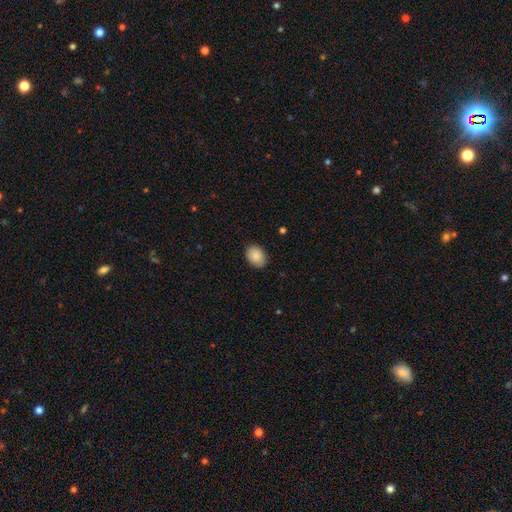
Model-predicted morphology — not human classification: A smooth galaxy with no disk features (88%) that is in between round and cigar-shaped (68%).

Vote fractions:
- Smooth or featured? smooth: 88% / star or artifact: 7% / featured or disk: 5%
- How rounded? in between: 68% / round: 31% / cigar-shaped: 1%
- Merging? none: 86% / minor disturbance: 11% / major disturbance: 2% / merger: 1%